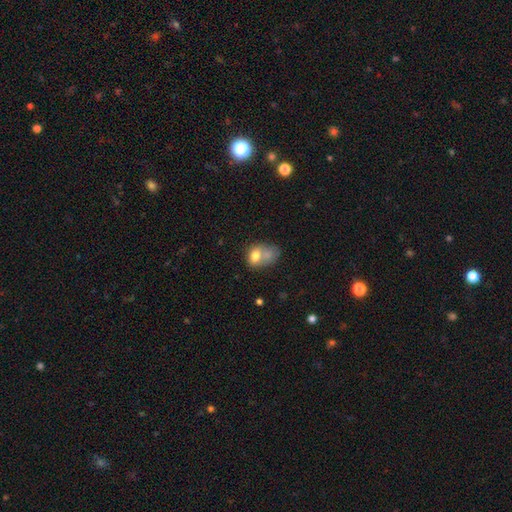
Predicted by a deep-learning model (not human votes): A smooth galaxy with no disk features (71%) that is in between round and cigar-shaped (65%). Merging: merger (59%).